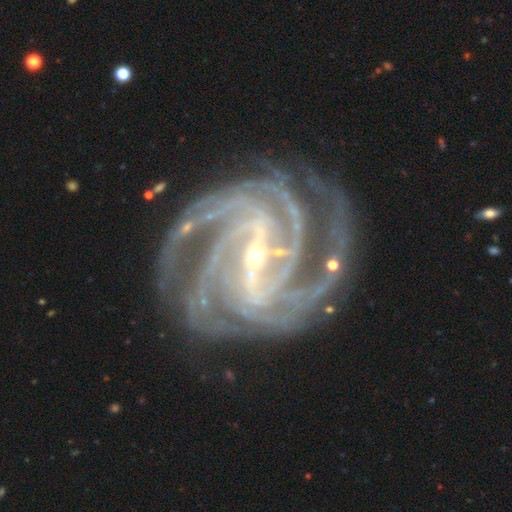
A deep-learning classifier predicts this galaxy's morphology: This appears to be a featured or disk galaxy (94%) with a strong bar (70%), 4 (42%) tight (69%) spiral arms (99%) and a small central bulge (75%). Merging: none (80%).